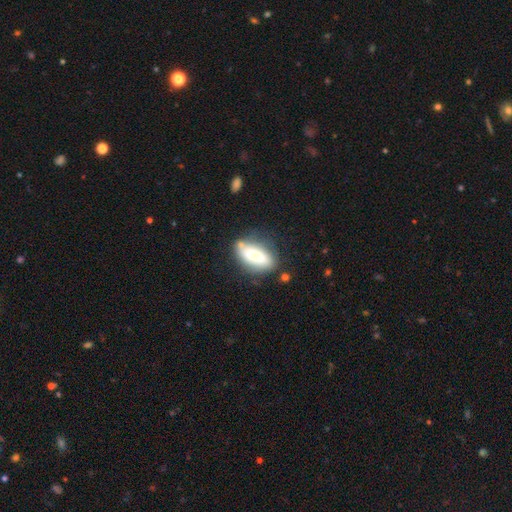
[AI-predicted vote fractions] This is likely a smooth galaxy (67%). How rounded: likely in between (79%). Merging: likely none (64%).